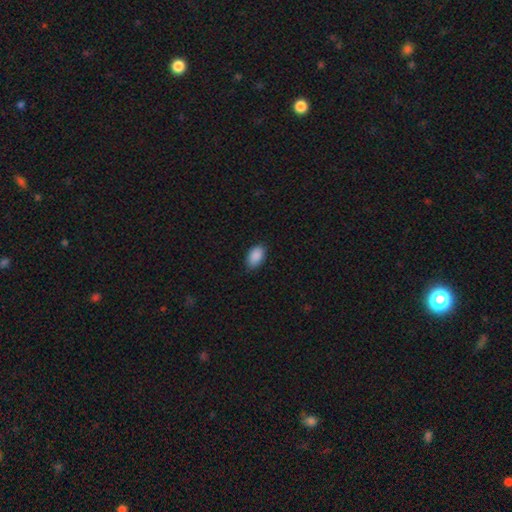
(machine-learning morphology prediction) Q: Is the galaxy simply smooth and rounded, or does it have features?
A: smooth — 90%.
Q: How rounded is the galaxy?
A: in between — 93%.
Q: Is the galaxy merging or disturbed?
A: none — 82%.